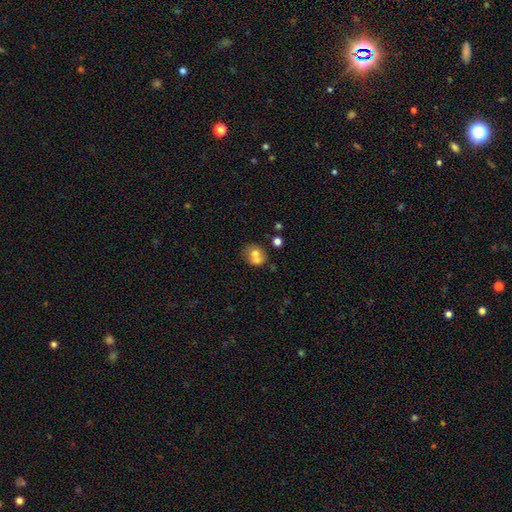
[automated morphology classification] Overall: smooth (66%). How rounded: round (69%; in between 30%). Merging: merger (58%; none 31%).